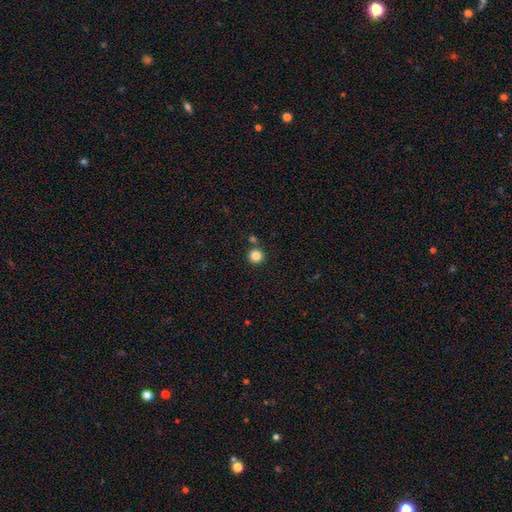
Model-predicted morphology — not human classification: This appears to be a smooth galaxy with no disk features (85%) that is round (96%). Merging: none (87%).